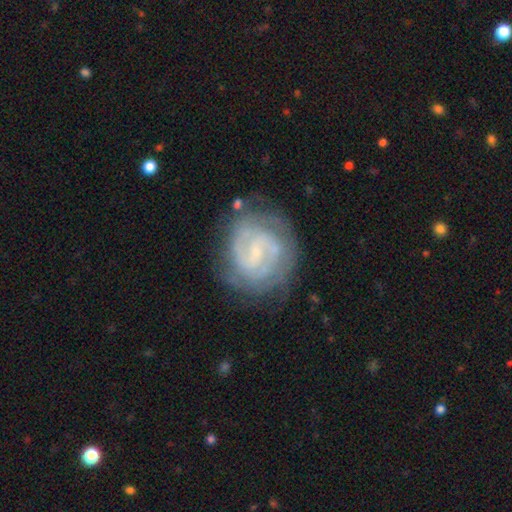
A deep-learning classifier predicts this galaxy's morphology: This is clearly a featured or disk galaxy (81%). It is clearly not viewed edge-on (98%). Bar: possibly weak (53%). Spiral arm pattern: clearly yes (94%). Spiral arm count: possibly 2 (47%). Spiral winding: likely tight (62%). Central bulge: likely small (73%). Merging: likely none (77%).